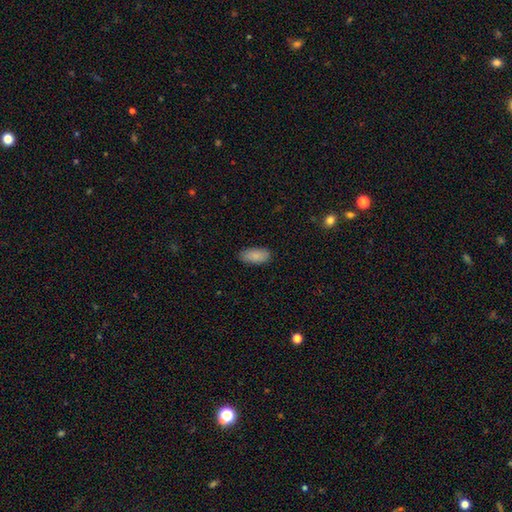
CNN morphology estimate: Q: Smooth or featured?
A: smooth (88%); runner-up: star or artifact (7%)
Q: How rounded?
A: in between (91%); runner-up: cigar-shaped (6%)
Q: Merging?
A: none (86%); runner-up: minor disturbance (11%)